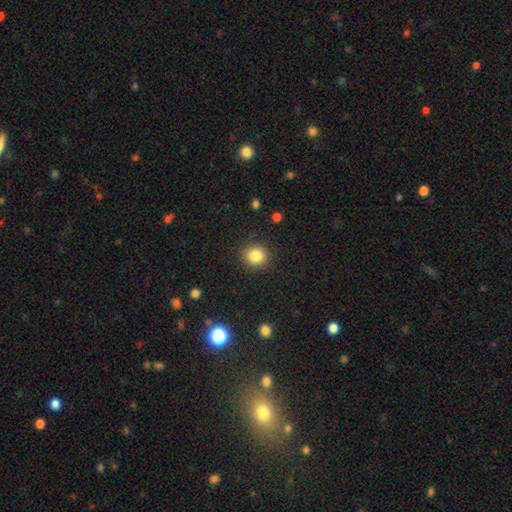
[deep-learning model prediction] Smooth or featured: smooth — 84% (star or artifact — 10%)
How rounded: round — 80% (in between — 19%)
Merging: none — 87% (minor disturbance — 9%)